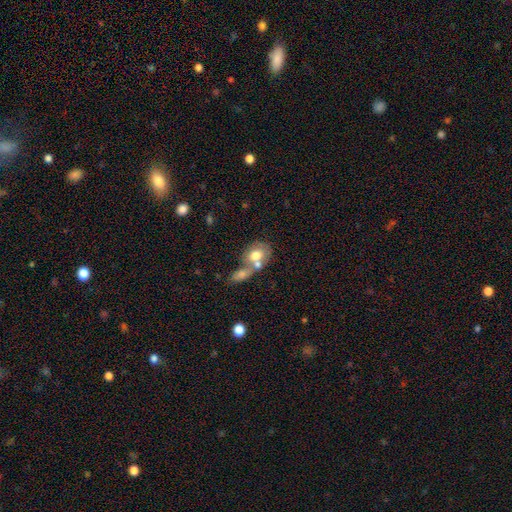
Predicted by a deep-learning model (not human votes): This appears to be a smooth galaxy with no disk features (65%) that is in between round and cigar-shaped (56%). Merging: merger (64%).